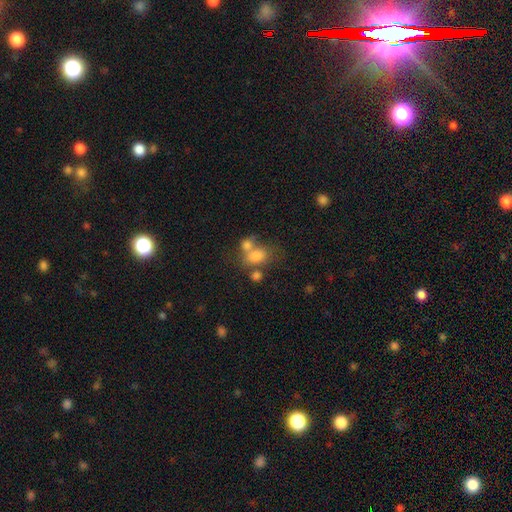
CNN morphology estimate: This appears to be a smooth galaxy with no disk features (74%) that is in between round and cigar-shaped (60%). Merging: merger (49%).